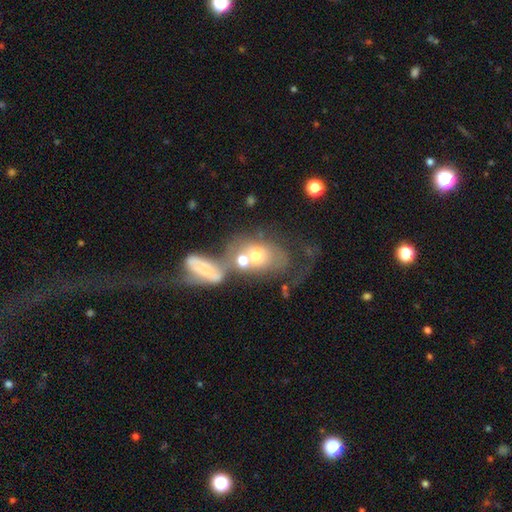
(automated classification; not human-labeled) smooth_or_featured: smooth (p=0.48) [alt: featured or disk p=0.38]
merging: merger (p=0.56) [alt: major disturbance p=0.20]